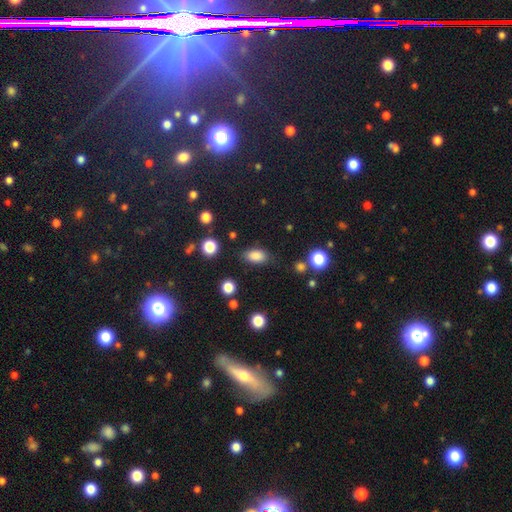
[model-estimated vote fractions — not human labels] Smooth or featured?
  - smooth: 85% *
  - star or artifact: 10%
  - featured or disk: 6%
How rounded?
  - in between: 88% *
  - round: 8%
  - cigar-shaped: 4%
Merging?
  - none: 79% *
  - minor disturbance: 14%
  - major disturbance: 4%
  - merger: 3%